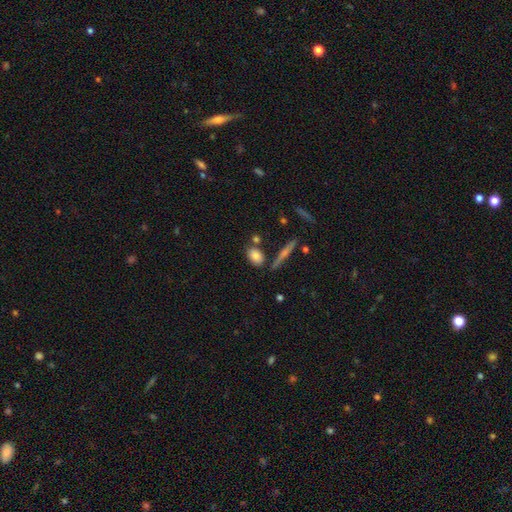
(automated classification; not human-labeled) smooth 81%, featured or disk 11%, star or artifact 8%. Down the decision tree: how rounded — in between (75%); merging — none (69%).